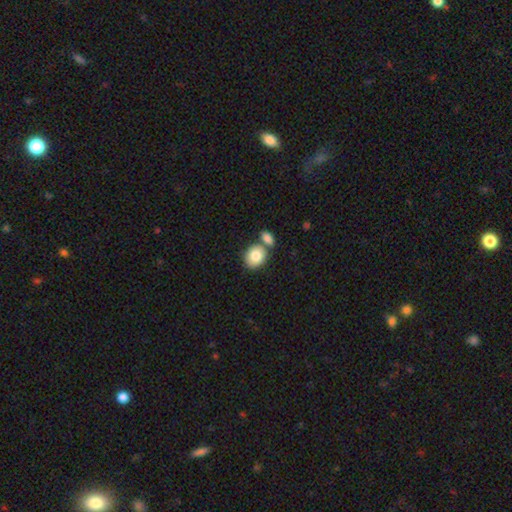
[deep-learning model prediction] A smooth galaxy with no disk features (84%) that is round (56%). Merging: none (53%).